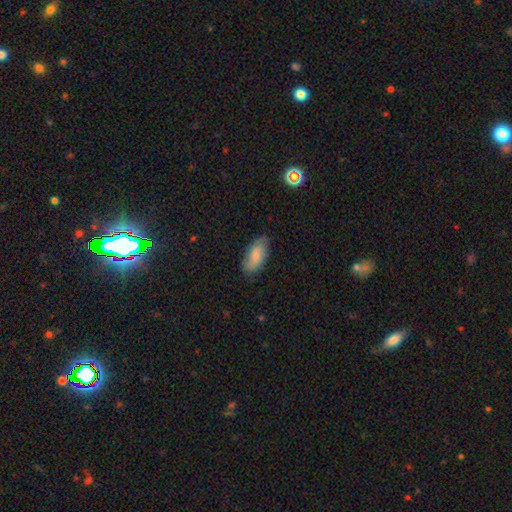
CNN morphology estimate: Smooth or featured? Predicted: smooth (p=0.68). How rounded? Predicted: in between (p=0.89). Merging? Predicted: none (p=0.78).